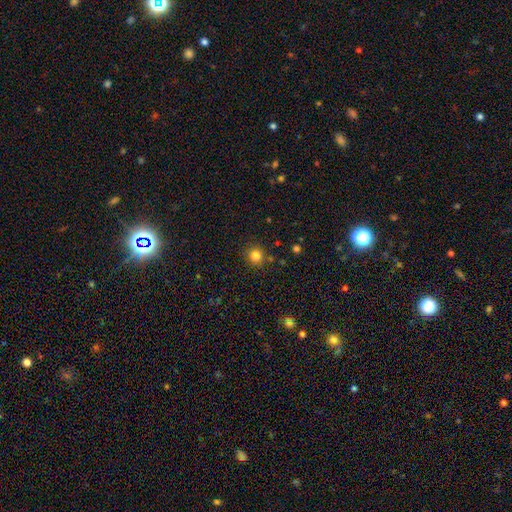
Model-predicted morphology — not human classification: smooth-or-featured: smooth: 82% | star or artifact: 13% | featured or disk: 5%
  how-rounded: round: 92% | in between: 7% | cigar-shaped: 1%
  merging: none: 87% | minor disturbance: 7% | merger: 3% | major disturbance: 3%